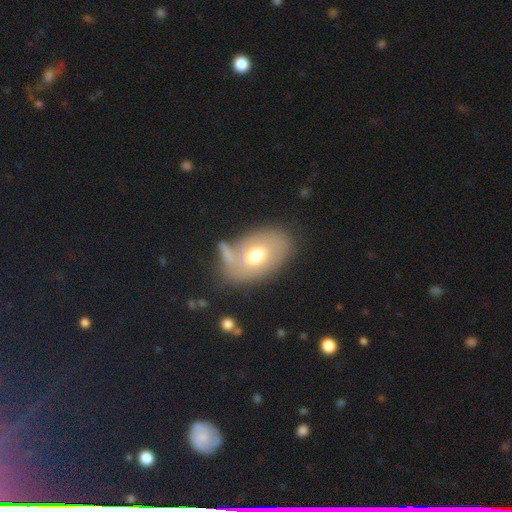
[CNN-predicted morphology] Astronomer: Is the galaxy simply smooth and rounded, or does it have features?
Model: smooth — 61%.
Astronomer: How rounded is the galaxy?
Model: in between — 86%.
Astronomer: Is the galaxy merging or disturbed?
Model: none — 56%.